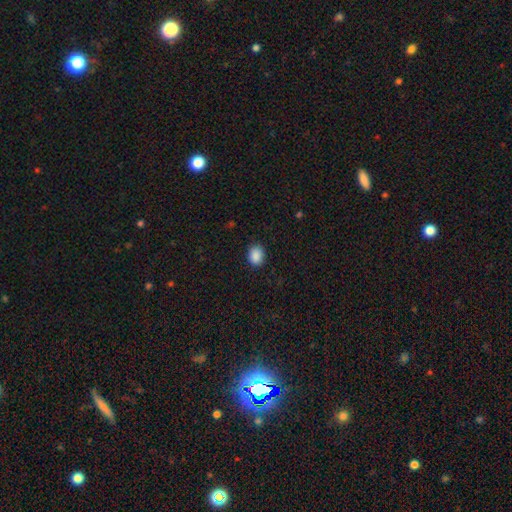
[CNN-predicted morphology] Q: Smooth or featured?
A: smooth (89%); runner-up: star or artifact (9%)
Q: How rounded?
A: in between (51%); runner-up: round (48%)
Q: Merging?
A: none (87%); runner-up: minor disturbance (10%)